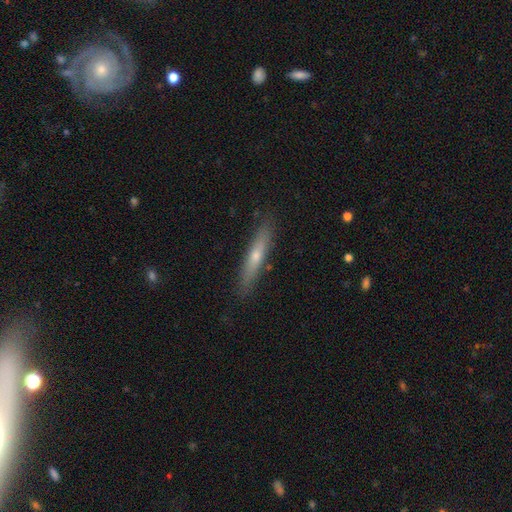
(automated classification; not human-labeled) The model was most divided on "smooth or featured": smooth: 48%, featured or disk: 45%, star or artifact: 6%. More confident: merging — none (86%).